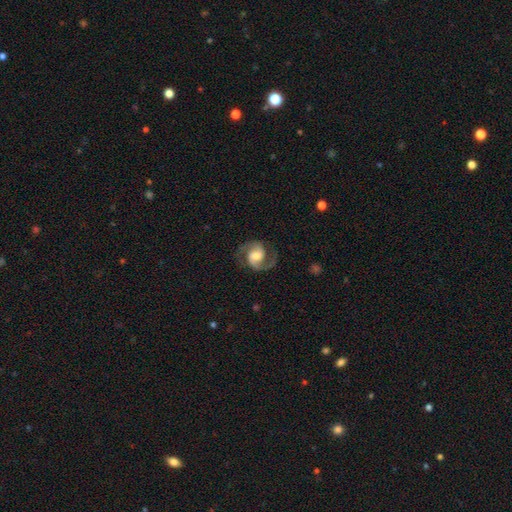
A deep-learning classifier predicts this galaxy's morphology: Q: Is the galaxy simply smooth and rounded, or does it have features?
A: featured or disk — 89%.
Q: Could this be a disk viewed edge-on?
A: no — 98%.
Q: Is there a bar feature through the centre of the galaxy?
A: weak — 44%.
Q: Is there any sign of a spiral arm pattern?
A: yes — 98%.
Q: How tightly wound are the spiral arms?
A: medium — 60%.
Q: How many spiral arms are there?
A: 2 — 93%.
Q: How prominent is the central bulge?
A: moderate — 44%.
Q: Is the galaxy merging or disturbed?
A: none — 80%.